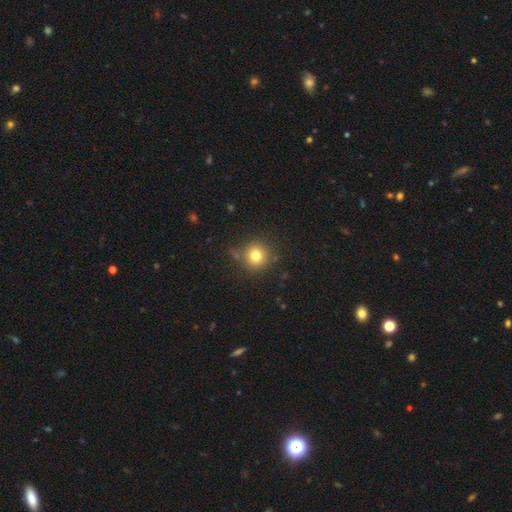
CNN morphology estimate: Smooth or featured?
  - smooth: 78% *
  - star or artifact: 13%
  - featured or disk: 9%
How rounded?
  - round: 92% *
  - in between: 7%
  - cigar-shaped: 1%
Merging?
  - none: 81% *
  - minor disturbance: 11%
  - merger: 4%
  - major disturbance: 4%